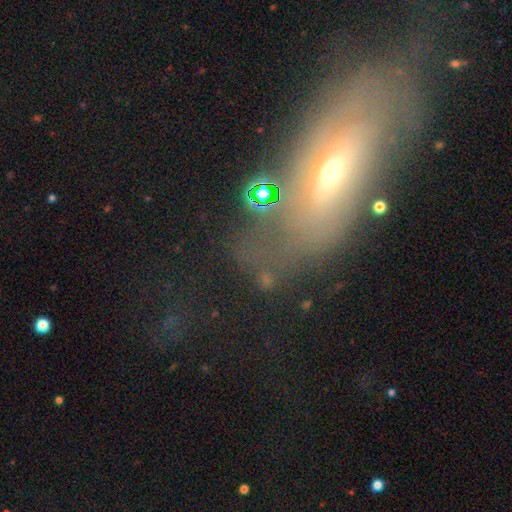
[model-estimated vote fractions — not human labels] Smooth or featured? Predicted: featured or disk (p=0.59). Edge-on disk? Predicted: no (p=0.78). Merging? Predicted: none (p=0.54).